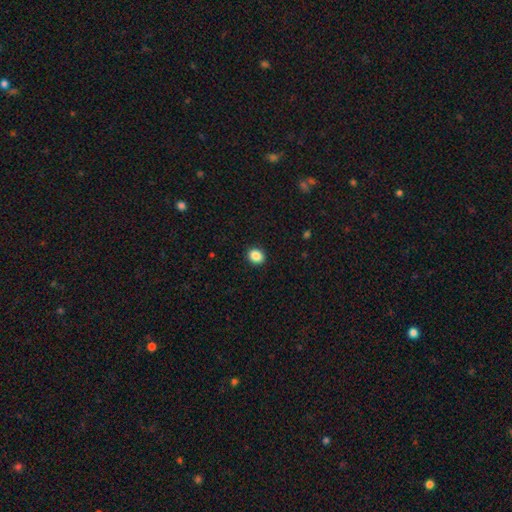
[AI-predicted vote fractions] Smooth or featured?
  - smooth: 88% *
  - star or artifact: 9%
  - featured or disk: 3%
How rounded?
  - round: 60% *
  - in between: 39%
  - cigar-shaped: 1%
Merging?
  - none: 92% *
  - minor disturbance: 6%
  - major disturbance: 2%
  - merger: 1%